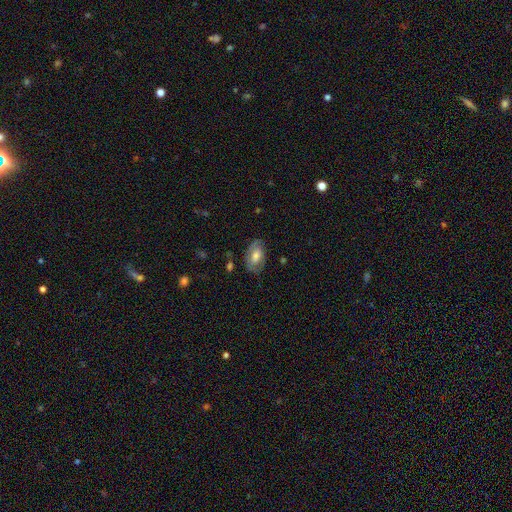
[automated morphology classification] This is possibly a smooth galaxy (49%). Merging: likely none (73%).